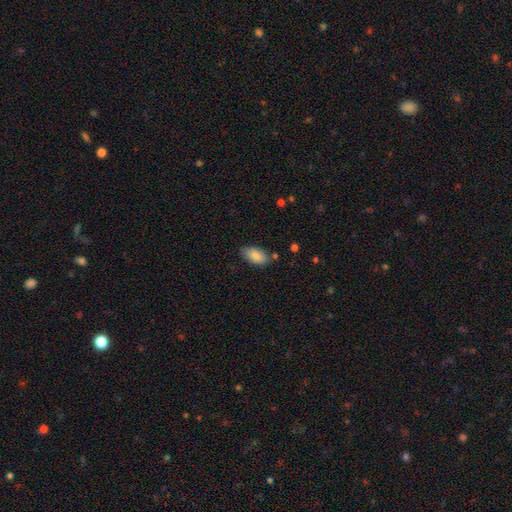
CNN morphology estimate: Smooth or featured: smooth — 87% (star or artifact — 7%)
How rounded: in between — 93% (cigar-shaped — 4%)
Merging: none — 75% (minor disturbance — 18%)